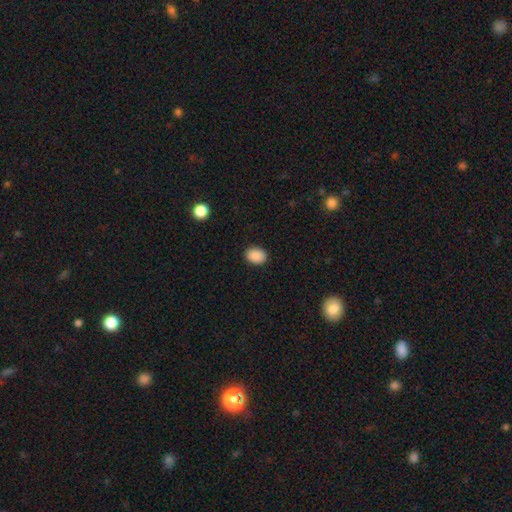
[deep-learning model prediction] Smooth or featured: smooth — 89% (star or artifact — 8%)
How rounded: in between — 66% (round — 33%)
Merging: none — 89% (minor disturbance — 8%)